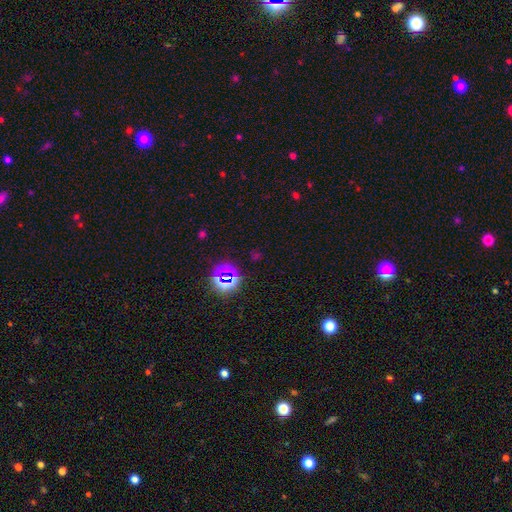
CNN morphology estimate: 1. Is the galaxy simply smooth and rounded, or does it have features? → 66% star or artifact, 27% smooth, 7% featured or disk.